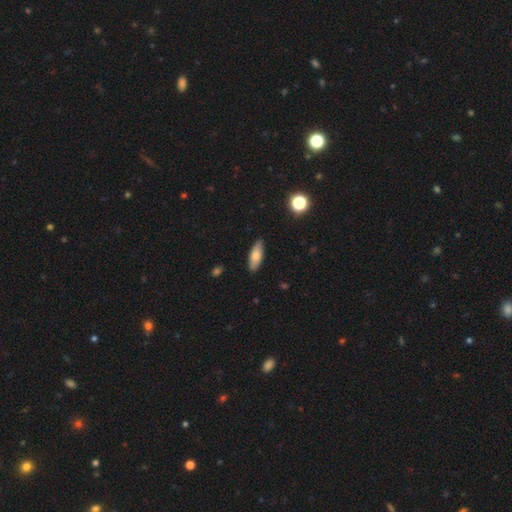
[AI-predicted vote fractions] Smooth or featured? Predicted: smooth (p=0.77). How rounded? Predicted: in between (p=0.66). Merging? Predicted: none (p=0.87).